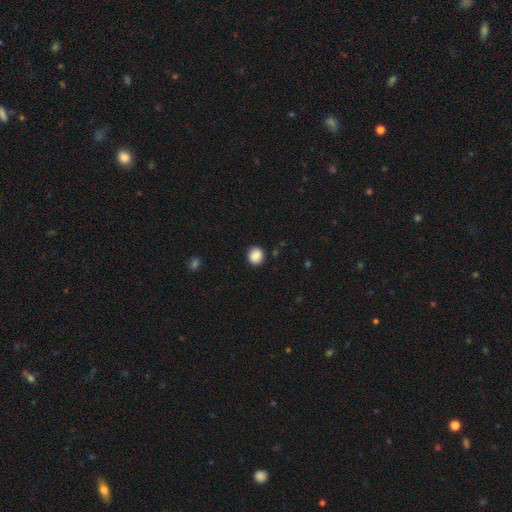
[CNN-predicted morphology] type=smooth (88%); roundness=round (82%); merging=none (89%).